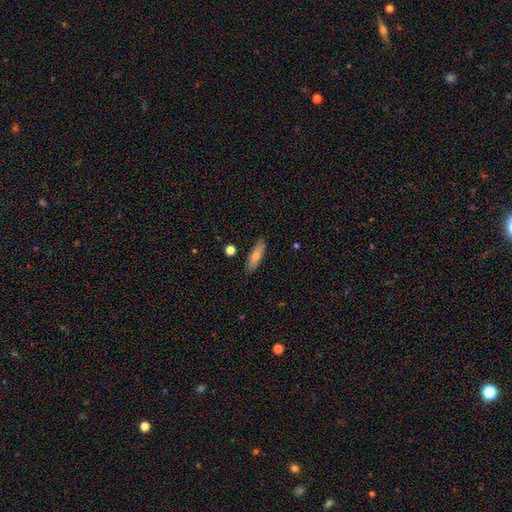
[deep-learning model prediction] Q: Smooth or featured?
A: smooth (66%); runner-up: featured or disk (27%)
Q: How rounded?
A: cigar-shaped (57%); runner-up: in between (40%)
Q: Merging?
A: none (87%); runner-up: minor disturbance (9%)